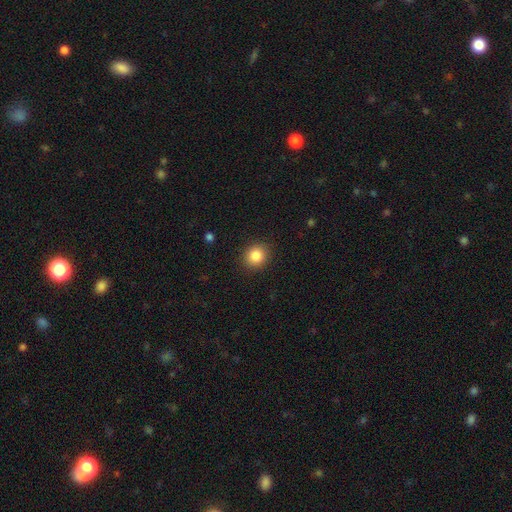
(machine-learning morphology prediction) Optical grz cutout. It shows a smooth galaxy with no disk features (85%) that is round (82%). Merging: none (90%).